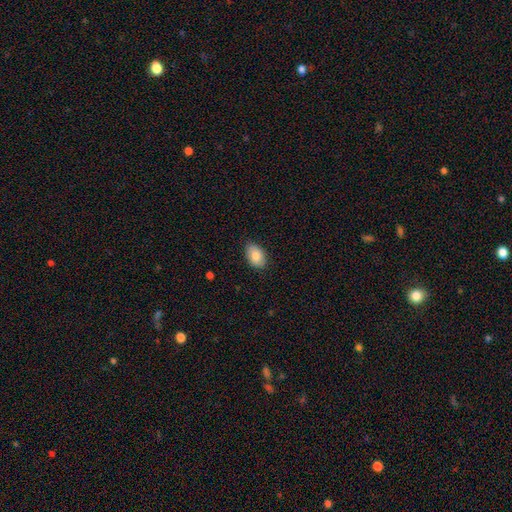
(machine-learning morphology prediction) A smooth galaxy with no disk features (83%) that is in between round and cigar-shaped (89%).

Vote fractions:
- Smooth or featured? smooth: 83% / featured or disk: 10% / star or artifact: 7%
- How rounded? in between: 89% / round: 10% / cigar-shaped: 1%
- Merging? none: 85% / minor disturbance: 12% / major disturbance: 2% / merger: 1%